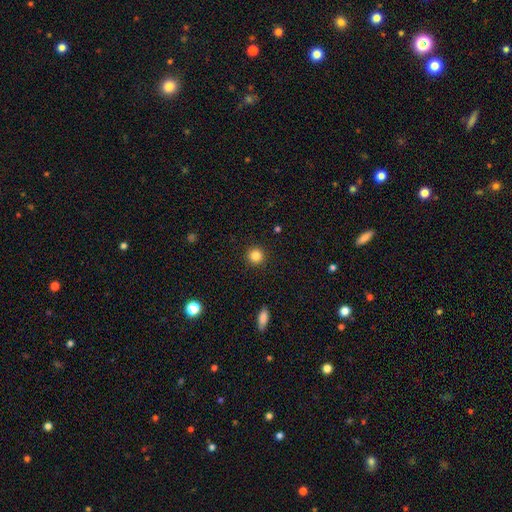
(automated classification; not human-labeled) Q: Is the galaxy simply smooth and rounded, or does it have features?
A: smooth — 85%.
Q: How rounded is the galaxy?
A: round — 94%.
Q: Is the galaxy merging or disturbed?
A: none — 92%.